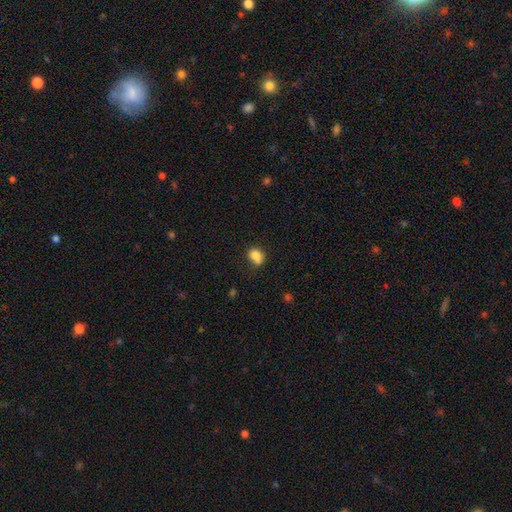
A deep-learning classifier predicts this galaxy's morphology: A smooth galaxy with no disk features (82%) that is in between round and cigar-shaped (50%). Merging: none (52%).